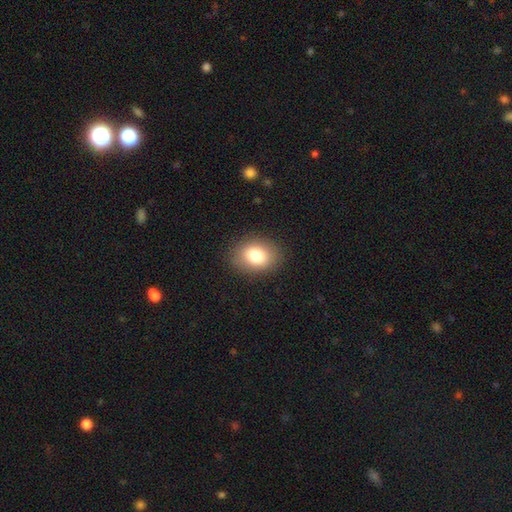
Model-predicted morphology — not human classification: Smooth or featured?
  - smooth: 80% *
  - featured or disk: 11%
  - star or artifact: 10%
How rounded?
  - in between: 62% *
  - round: 37%
  - cigar-shaped: 1%
Merging?
  - none: 87% *
  - minor disturbance: 9%
  - major disturbance: 3%
  - merger: 1%